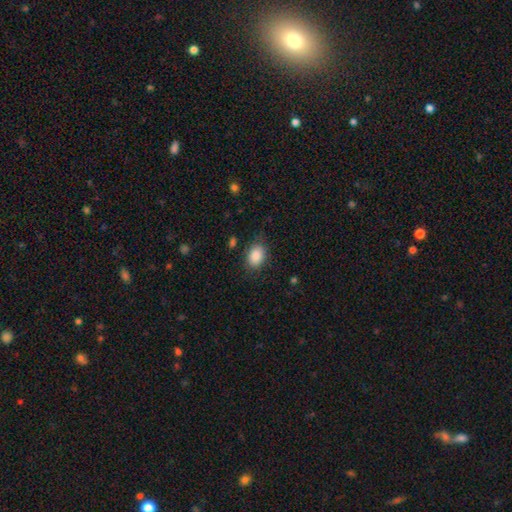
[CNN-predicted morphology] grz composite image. It shows a smooth galaxy with no disk features (88%) that is in between round and cigar-shaped (77%). Merging: none (79%).